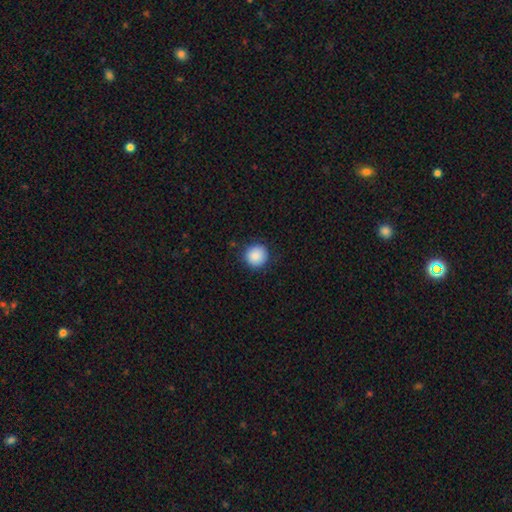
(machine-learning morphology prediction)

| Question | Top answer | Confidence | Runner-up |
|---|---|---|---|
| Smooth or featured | smooth | 88% | star or artifact (8%) |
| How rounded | round | 94% | in between (5%) |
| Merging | none | 88% | minor disturbance (9%) |